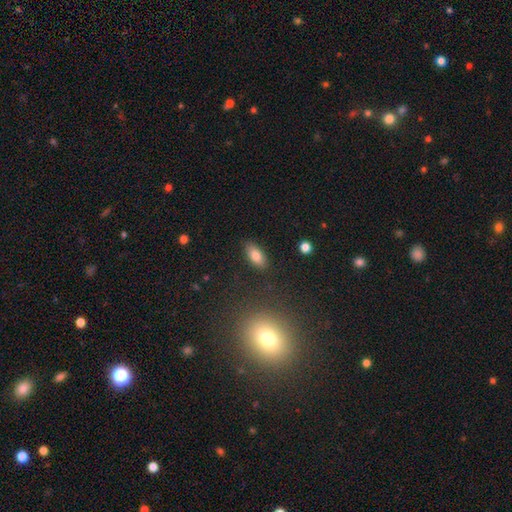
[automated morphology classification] smooth_or_featured: smooth (p=0.81) [alt: featured or disk p=0.10]
how_rounded: in between (p=0.89) [alt: cigar-shaped p=0.08]
merging: none (p=0.86) [alt: minor disturbance p=0.10]